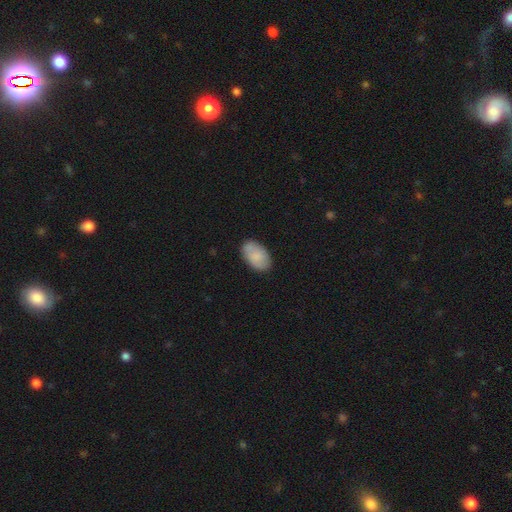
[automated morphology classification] This is clearly a smooth galaxy (82%). How rounded: clearly in between (93%). Merging: clearly none (83%).